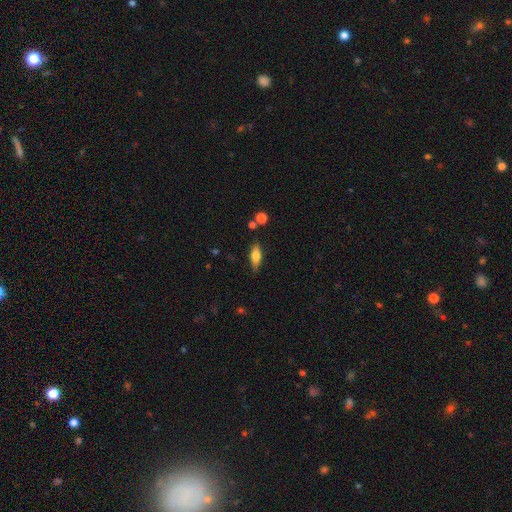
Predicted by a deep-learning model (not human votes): Q: Smooth or featured?
A: smooth (68%); runner-up: featured or disk (24%)
Q: How rounded?
A: in between (68%); runner-up: cigar-shaped (29%)
Q: Merging?
A: none (79%); runner-up: minor disturbance (14%)